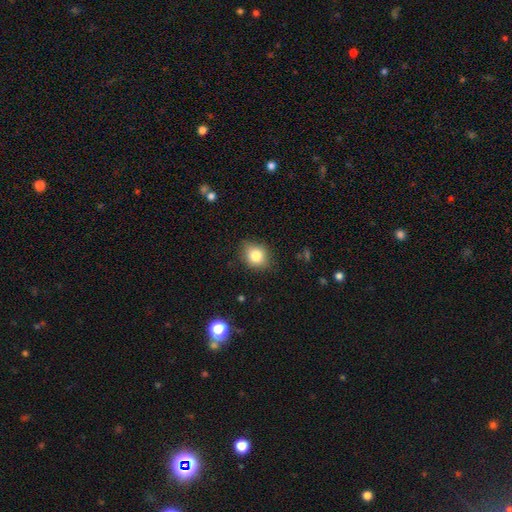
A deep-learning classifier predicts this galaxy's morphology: smooth_or_featured: smooth (p=0.81) [alt: star or artifact p=0.10]
how_rounded: round (p=0.60) [alt: in between p=0.39]
merging: none (p=0.80) [alt: minor disturbance p=0.16]